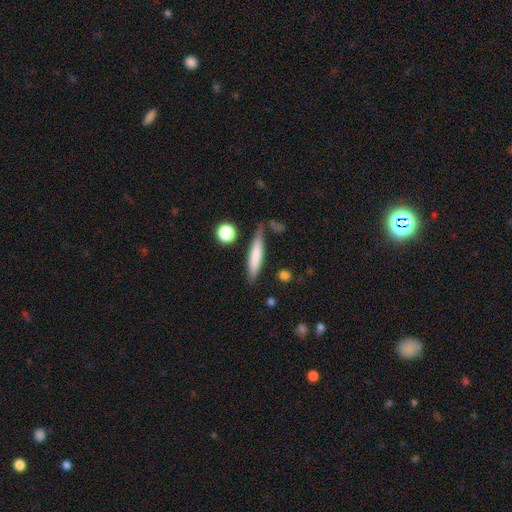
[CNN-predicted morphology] This is likely a smooth galaxy (73%). How rounded: clearly cigar-shaped (85%). Merging: likely none (76%).